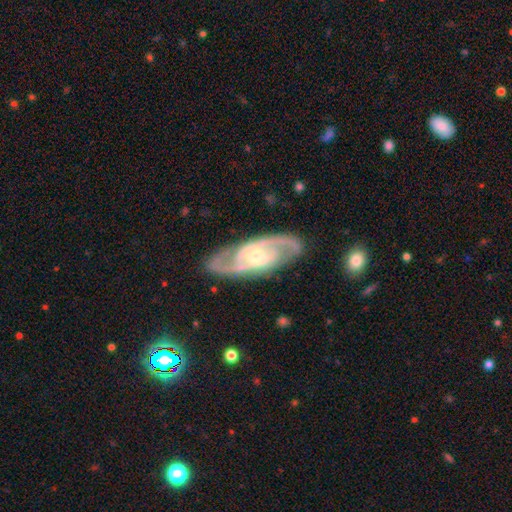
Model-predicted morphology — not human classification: A featured or disk galaxy (90%) with a weak bar (44%), 2 (87%) medium (51%) spiral arms (97%) and a moderate central bulge (47%).

Vote fractions:
- Smooth or featured? featured or disk: 90% / smooth: 6% / star or artifact: 4%
- Edge-on disk? no: 93% / yes: 7%
- Bar? weak: 44% / no: 31% / strong: 25%
- Spiral arms? yes: 97% / no: 3%
- Spiral winding? medium: 51% / tight: 38% / loose: 10%
- Spiral arm count? 2: 87% / can't tell: 5% / 3: 4% / 1: 1% / 4: 1% / more than 4: 1%
- Bulge size? moderate: 47% / small: 44% / large: 6% / none: 3% / dominant: 1%
- Merging? none: 83% / minor disturbance: 12% / major disturbance: 4% / merger: 1%